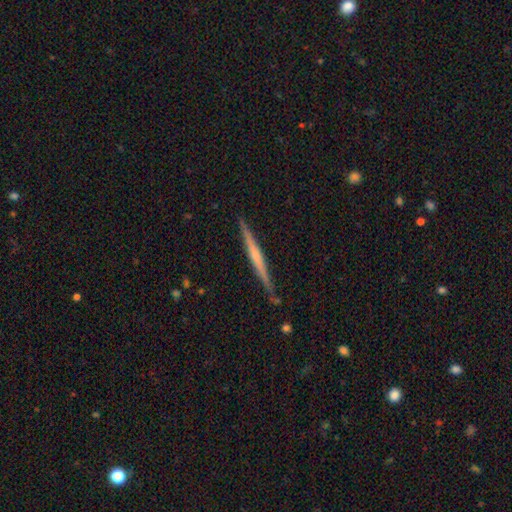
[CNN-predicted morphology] type=featured or disk (63%); edge-on=yes (98%); edge-on bulge=none (59%); merging=none (88%).